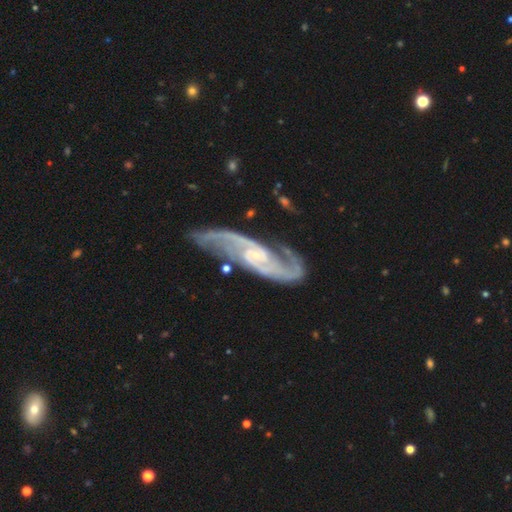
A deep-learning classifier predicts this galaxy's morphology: type=featured or disk (93%); edge-on=no (94%); bar=weak (42%); spiral arms=yes (98%); winding=medium (56%); arm count=2 (92%); bulge=small (71%); merging=none (72%).